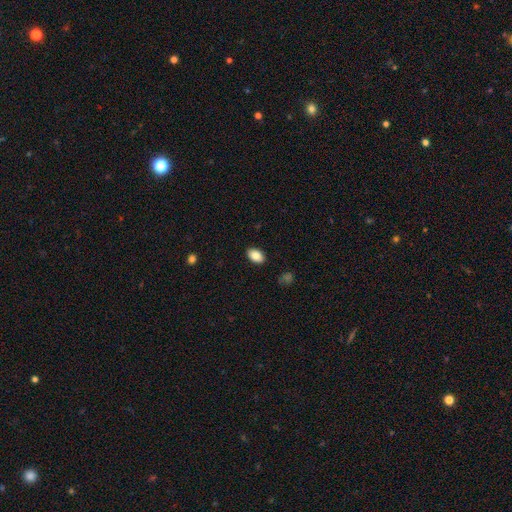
A smooth galaxy with no disk features (86%) that is in between round and cigar-shaped (84%).

Vote fractions:
- Smooth or featured? smooth: 86% / star or artifact: 8% / featured or disk: 5%
- How rounded? in between: 84% / round: 16% / cigar-shaped: 0%
- Merging? none: 94% / minor disturbance: 3% / merger: 3% / major disturbance: 0%